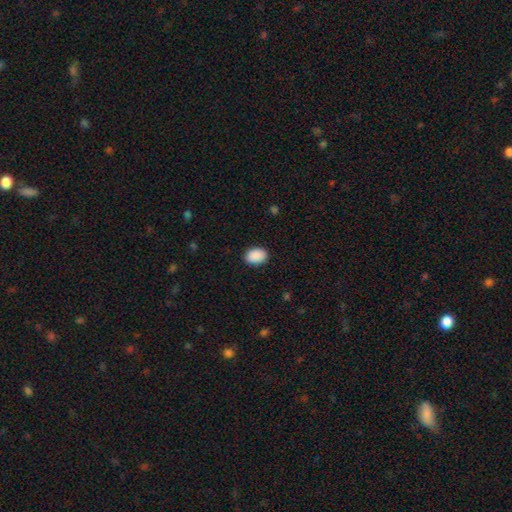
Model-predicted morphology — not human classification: The model was most divided on "how rounded": in between: 79%, round: 20%, cigar-shaped: 1%. More confident: smooth or featured — smooth (91%); merging — none (89%).